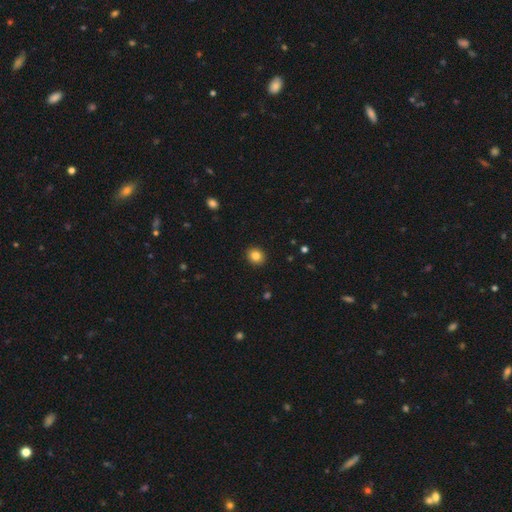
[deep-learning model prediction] smooth-or-featured: smooth: 84% | star or artifact: 10% | featured or disk: 6%
  how-rounded: round: 75% | in between: 25% | cigar-shaped: 1%
  merging: none: 92% | minor disturbance: 6% | major disturbance: 2% | merger: 1%